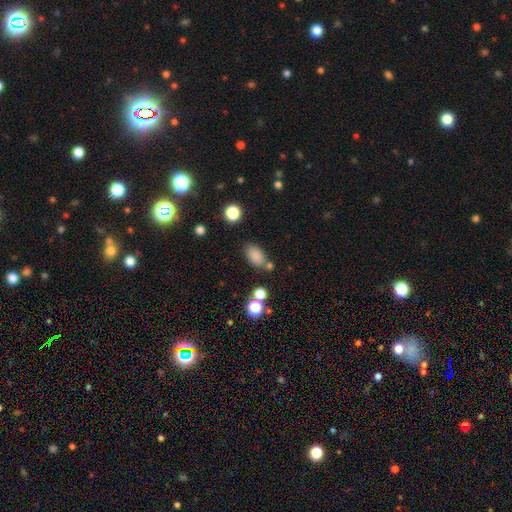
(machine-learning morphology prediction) Smooth or featured?
  - smooth: 83% *
  - star or artifact: 11%
  - featured or disk: 6%
How rounded?
  - in between: 89% *
  - round: 9%
  - cigar-shaped: 2%
Merging?
  - none: 69% *
  - minor disturbance: 15%
  - merger: 11%
  - major disturbance: 5%